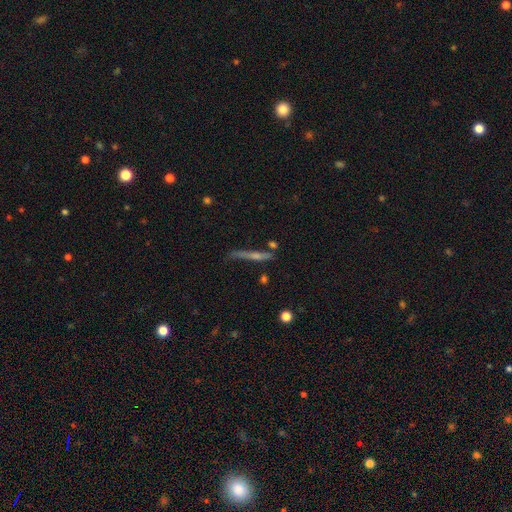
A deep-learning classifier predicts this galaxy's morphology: Smooth or featured? featured or disk (63%)
Edge-on disk? yes (93%)
Edge-on bulge? rounded (66%)
Merging? none (67%)